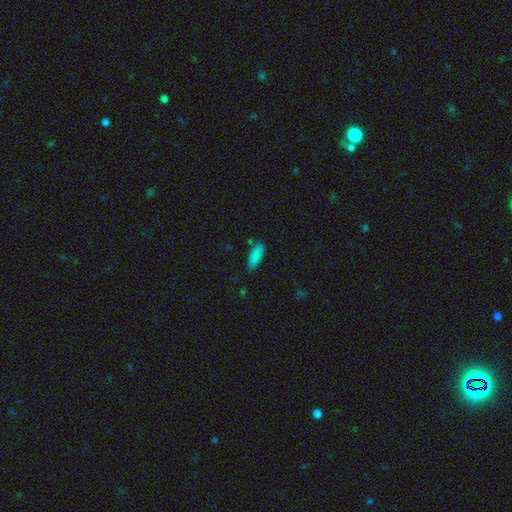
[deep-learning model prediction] smooth_or_featured: smooth (p=0.86) [alt: star or artifact p=0.08]
how_rounded: in between (p=0.67) [alt: cigar-shaped p=0.31]
merging: none (p=0.80) [alt: minor disturbance p=0.14]